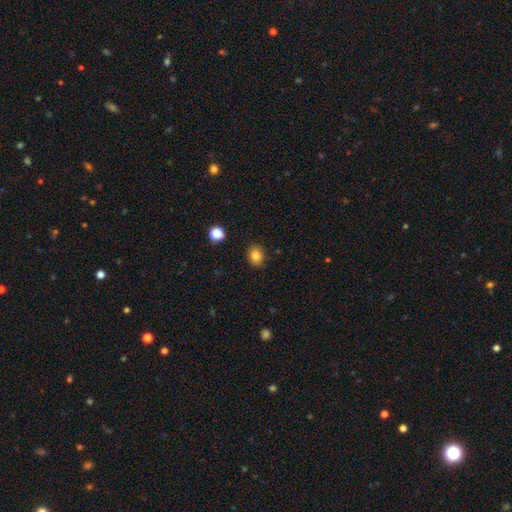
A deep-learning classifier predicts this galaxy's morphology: A smooth galaxy with no disk features (84%) that is round (54%).

Vote fractions:
- Smooth or featured? smooth: 84% / star or artifact: 11% / featured or disk: 5%
- How rounded? round: 54% / in between: 45% / cigar-shaped: 1%
- Merging? none: 87% / minor disturbance: 9% / major disturbance: 2% / merger: 2%